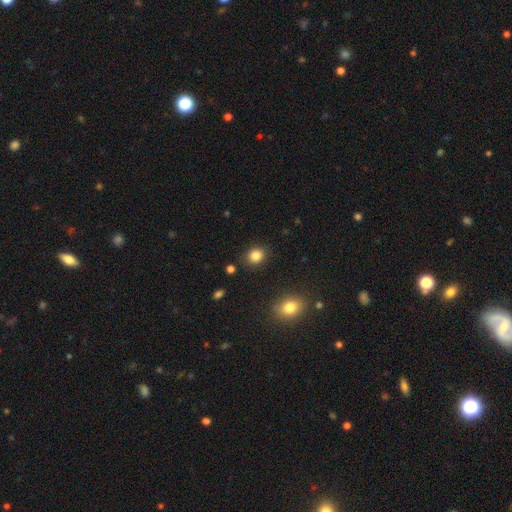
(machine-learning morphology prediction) The model was most divided on "how rounded": round: 69%, in between: 30%, cigar-shaped: 1%. More confident: merging — none (87%); smooth or featured — smooth (84%).